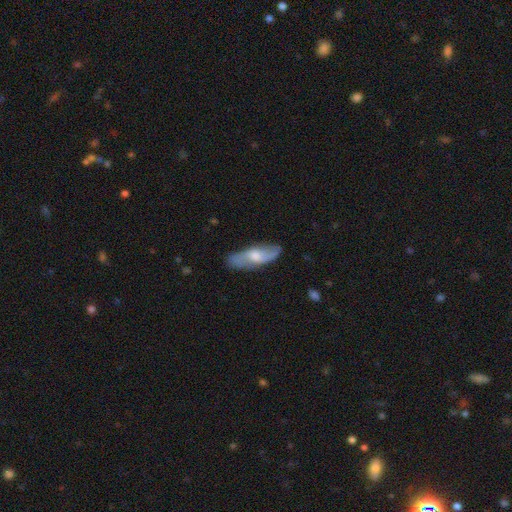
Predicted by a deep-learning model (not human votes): This is possibly a featured or disk galaxy (59%). It is likely not viewed edge-on (74%). Merging: likely none (79%).